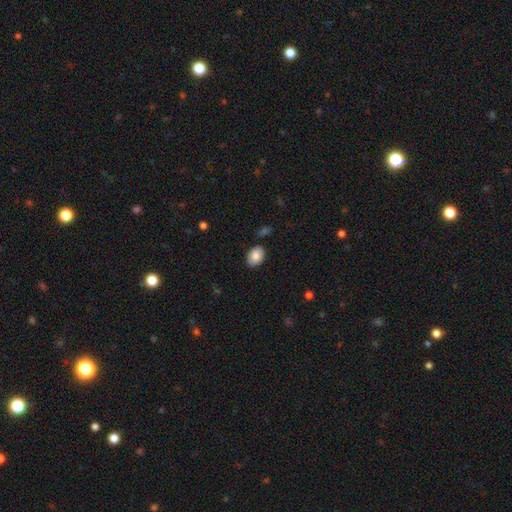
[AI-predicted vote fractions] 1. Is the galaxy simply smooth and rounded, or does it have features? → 84% smooth, 9% featured or disk, 7% star or artifact.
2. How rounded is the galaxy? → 81% in between, 18% round, 1% cigar-shaped.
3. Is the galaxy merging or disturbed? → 84% none, 11% minor disturbance, 2% merger, 2% major disturbance.